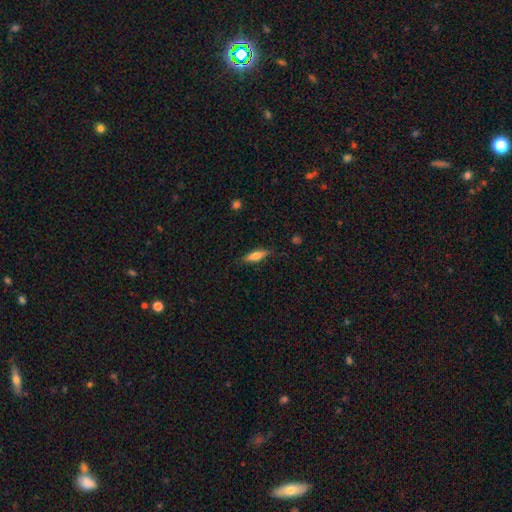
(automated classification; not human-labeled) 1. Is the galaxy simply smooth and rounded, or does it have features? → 67% smooth, 27% featured or disk, 6% star or artifact.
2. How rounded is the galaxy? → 59% cigar-shaped, 39% in between, 2% round.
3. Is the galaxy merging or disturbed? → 83% none, 13% minor disturbance, 3% major disturbance, 1% merger.